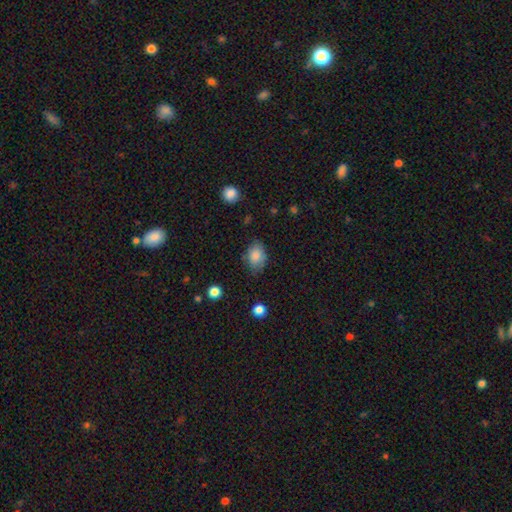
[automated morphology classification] Smooth or featured?
  - smooth: 85% *
  - star or artifact: 8%
  - featured or disk: 7%
How rounded?
  - in between: 78% *
  - round: 21%
  - cigar-shaped: 1%
Merging?
  - none: 70% *
  - minor disturbance: 23%
  - major disturbance: 5%
  - merger: 2%